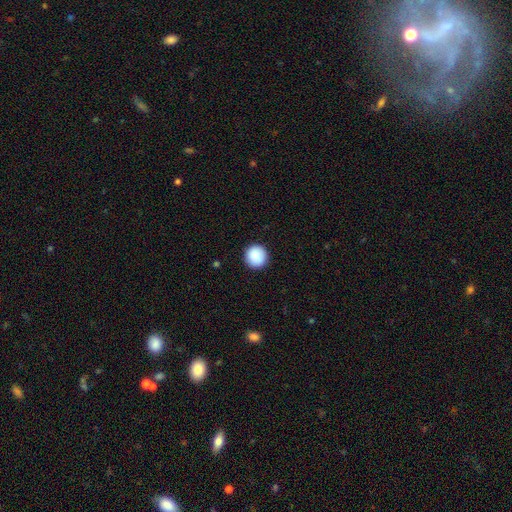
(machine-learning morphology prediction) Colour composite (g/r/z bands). It shows a smooth galaxy with no disk features (90%) that is round (96%). Merging: none (93%).